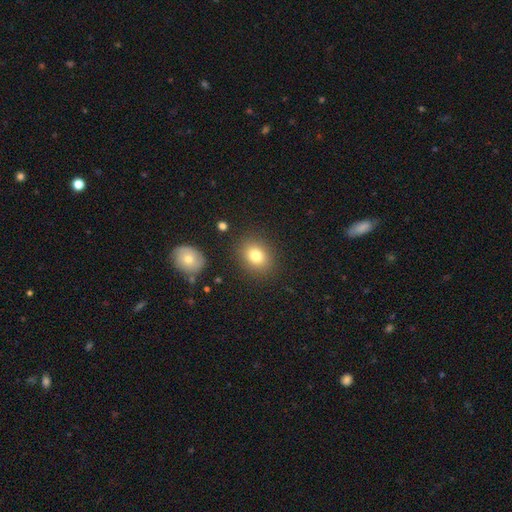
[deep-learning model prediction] This appears to be a smooth galaxy with no disk features (79%) that is round (54%). Merging: none (86%).